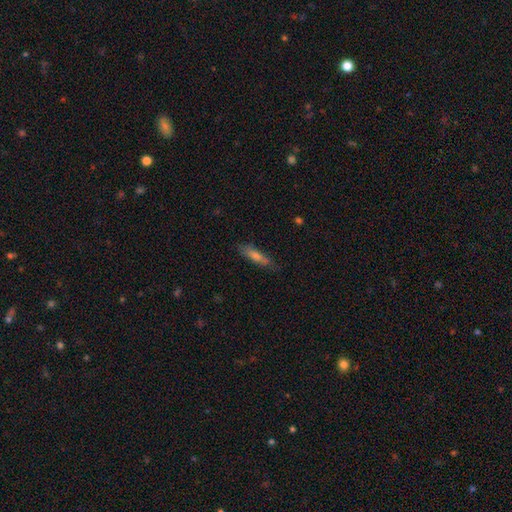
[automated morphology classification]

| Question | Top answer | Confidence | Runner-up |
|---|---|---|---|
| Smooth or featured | smooth | 59% | featured or disk (31%) |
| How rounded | cigar-shaped | 75% | in between (23%) |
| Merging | none | 78% | minor disturbance (17%) |